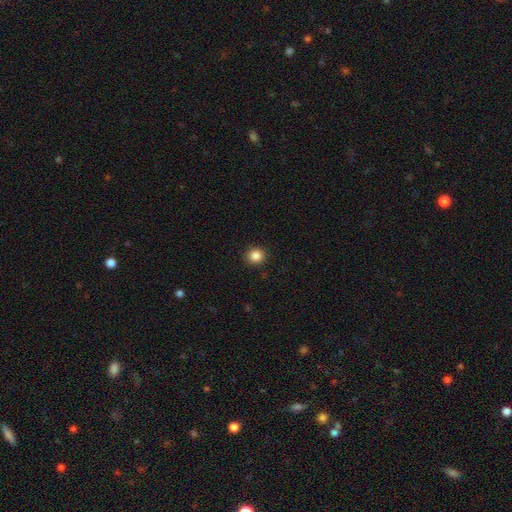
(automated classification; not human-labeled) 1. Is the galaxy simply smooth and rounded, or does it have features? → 86% smooth, 11% star or artifact, 3% featured or disk.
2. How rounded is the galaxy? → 89% round, 10% in between, 1% cigar-shaped.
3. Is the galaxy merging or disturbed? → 92% none, 6% minor disturbance, 2% major disturbance, 1% merger.